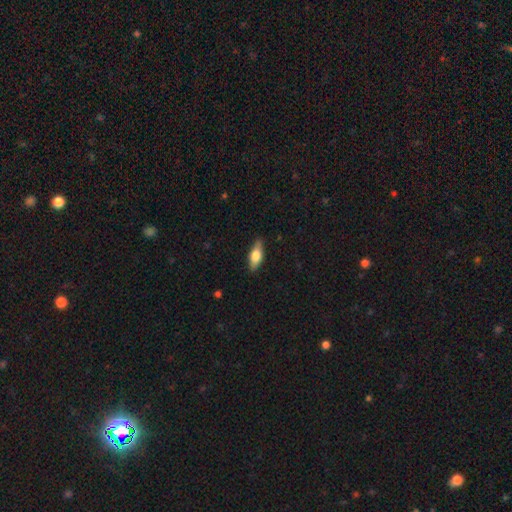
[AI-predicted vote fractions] smooth-or-featured: smooth: 61% | featured or disk: 33% | star or artifact: 6%
  how-rounded: in between: 67% | cigar-shaped: 30% | round: 3%
  merging: none: 86% | minor disturbance: 11% | major disturbance: 2% | merger: 1%